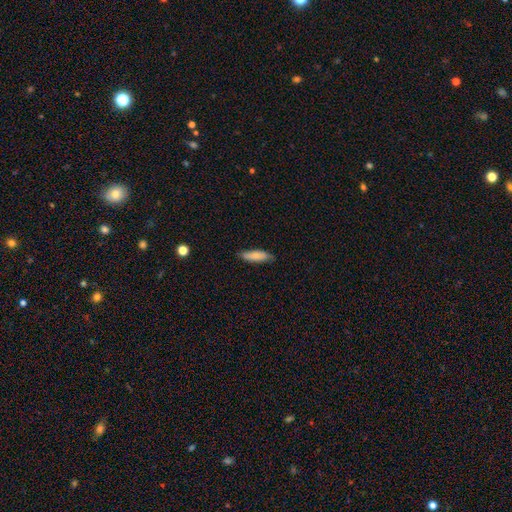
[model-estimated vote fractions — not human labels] smooth-or-featured: smooth: 83% | featured or disk: 11% | star or artifact: 6%
  how-rounded: cigar-shaped: 64% | in between: 34% | round: 2%
  merging: none: 82% | minor disturbance: 14% | major disturbance: 2% | merger: 1%